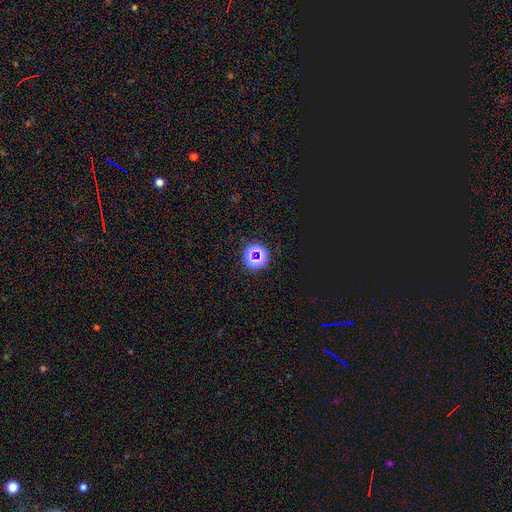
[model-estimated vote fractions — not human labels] smooth-or-featured: star or artifact: 67% | smooth: 24% | featured or disk: 9%